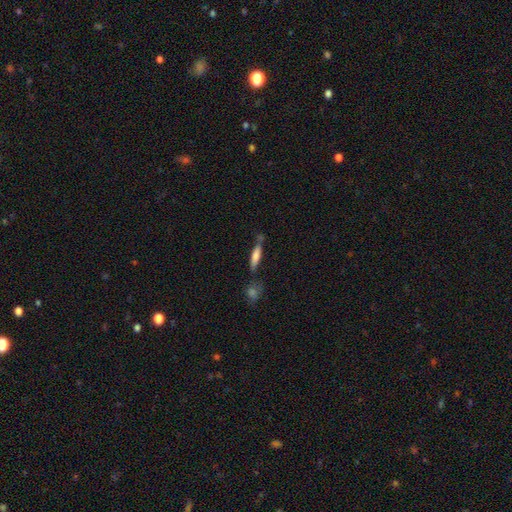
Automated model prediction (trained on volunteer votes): This appears to be a smooth galaxy with no disk features (70%) that is cigar-shaped (76%). Merging: none (63%).